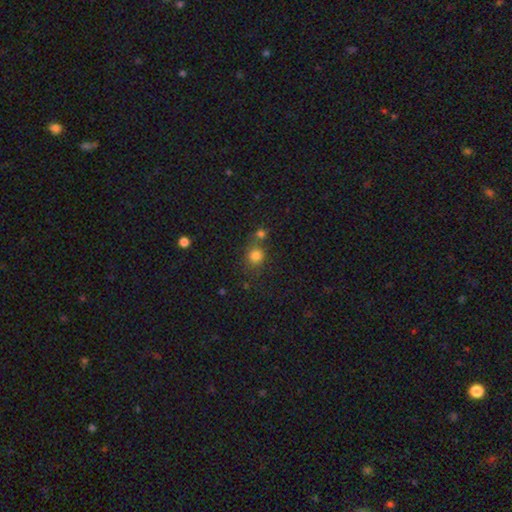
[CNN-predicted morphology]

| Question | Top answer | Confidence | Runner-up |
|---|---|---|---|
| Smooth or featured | smooth | 79% | star or artifact (14%) |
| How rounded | round | 82% | in between (17%) |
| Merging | none | 58% | merger (27%) |